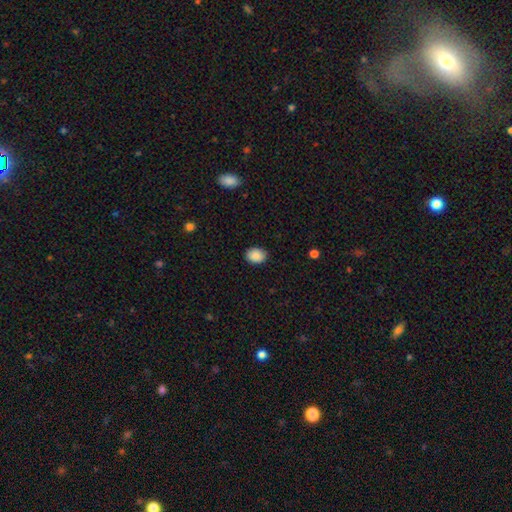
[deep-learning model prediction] smooth 89%, star or artifact 8%, featured or disk 4%. Down the decision tree: how rounded — in between (64%); merging — none (87%).